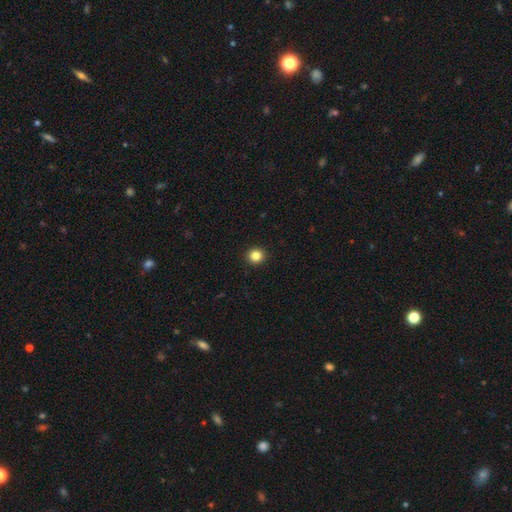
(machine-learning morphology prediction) Smooth or featured? smooth (84%)
How rounded? round (92%)
Merging? none (93%)